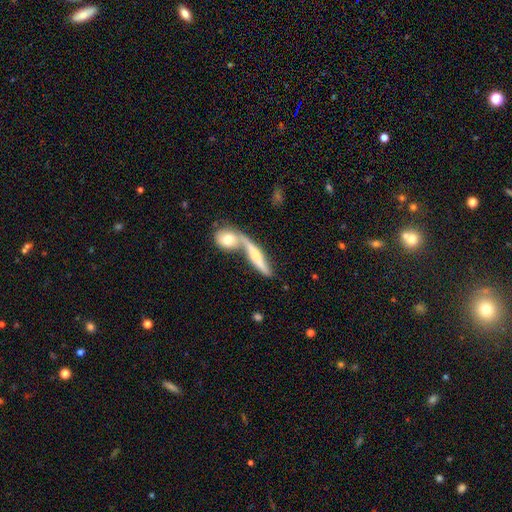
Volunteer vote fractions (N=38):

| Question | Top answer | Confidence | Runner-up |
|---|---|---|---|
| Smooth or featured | featured or disk | 58% | smooth (39%) |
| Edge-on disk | yes | 68% | no (32%) |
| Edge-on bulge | rounded | 73% | boxy (20%) |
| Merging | merger | 54% | none (24%) |